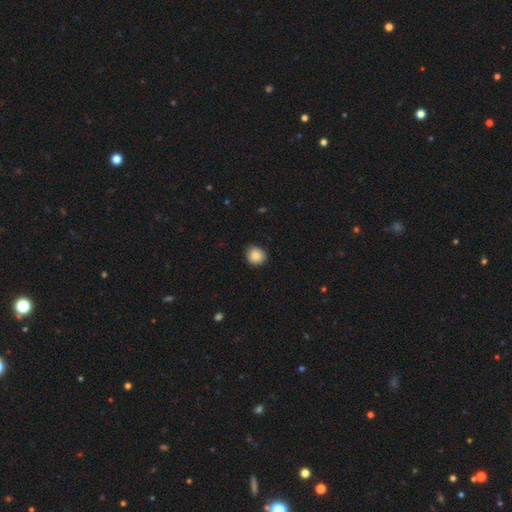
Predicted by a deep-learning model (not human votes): Smooth or featured: smooth — 88% (star or artifact — 9%)
How rounded: round — 80% (in between — 19%)
Merging: none — 83% (minor disturbance — 14%)